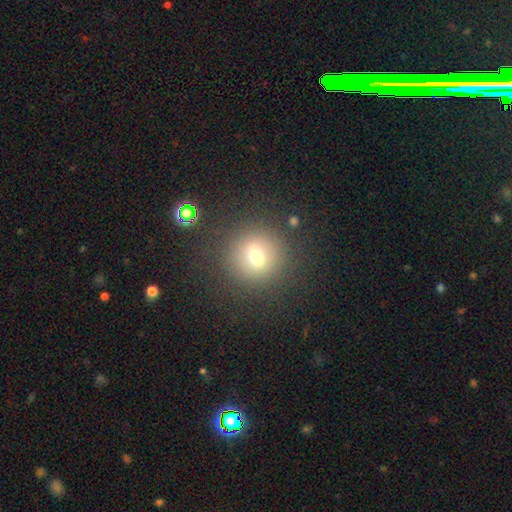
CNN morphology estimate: smooth_or_featured: smooth (p=0.66) [alt: featured or disk p=0.17]
how_rounded: round (p=0.93) [alt: in between p=0.06]
merging: none (p=0.86) [alt: minor disturbance p=0.08]